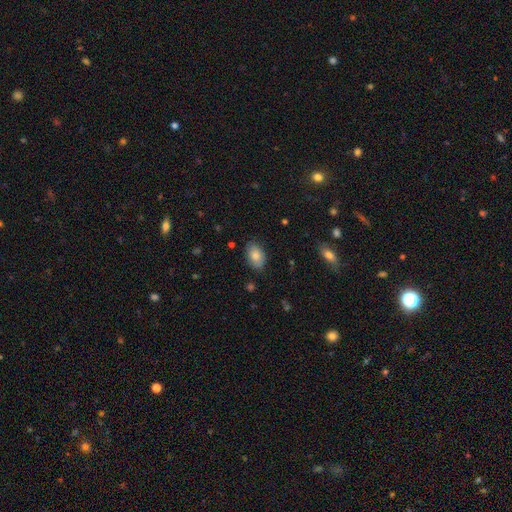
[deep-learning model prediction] Smooth or featured: smooth — 83% (featured or disk — 10%)
How rounded: in between — 90% (round — 9%)
Merging: none — 83% (minor disturbance — 13%)